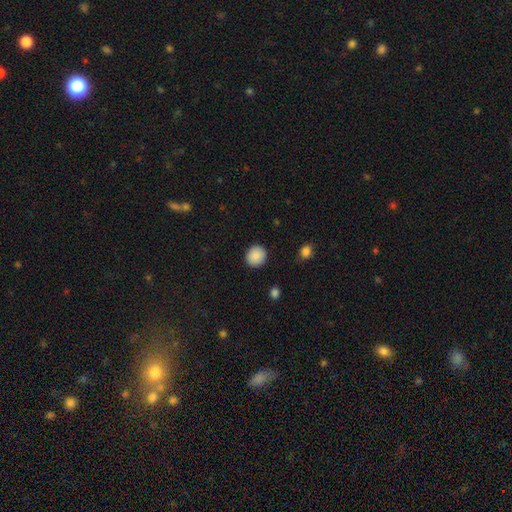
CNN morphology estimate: Smooth or featured?
  - smooth: 89% *
  - star or artifact: 8%
  - featured or disk: 3%
How rounded?
  - round: 87% *
  - in between: 12%
  - cigar-shaped: 1%
Merging?
  - none: 91% *
  - minor disturbance: 6%
  - major disturbance: 2%
  - merger: 1%